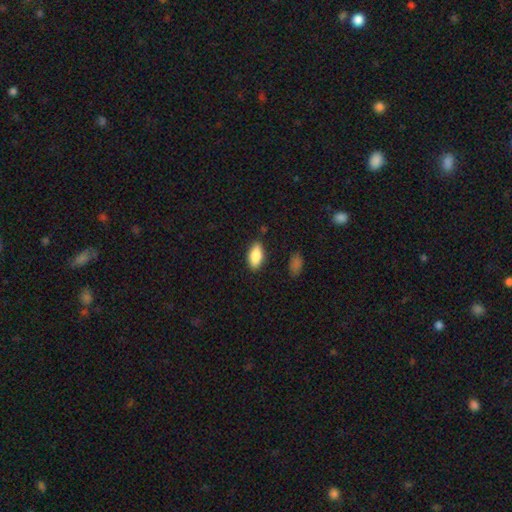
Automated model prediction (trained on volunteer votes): This appears to be a smooth galaxy with no disk features (84%) that is in between round and cigar-shaped (88%). Merging: none (84%).